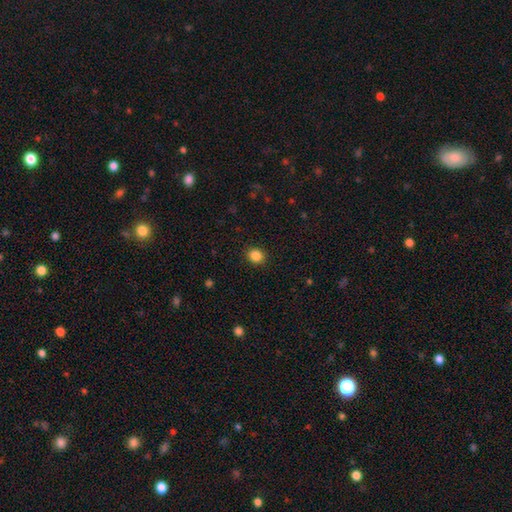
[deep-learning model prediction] A smooth galaxy with no disk features (86%) that is round (74%). Merging: none (91%).